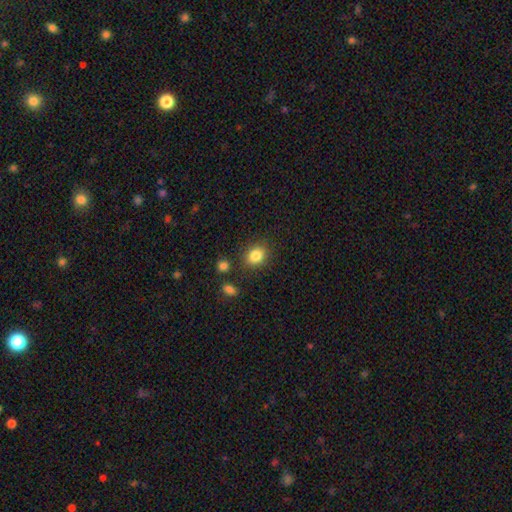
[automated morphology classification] smooth 84%, star or artifact 10%, featured or disk 6%. Down the decision tree: how rounded — round (59%); merging — none (84%).